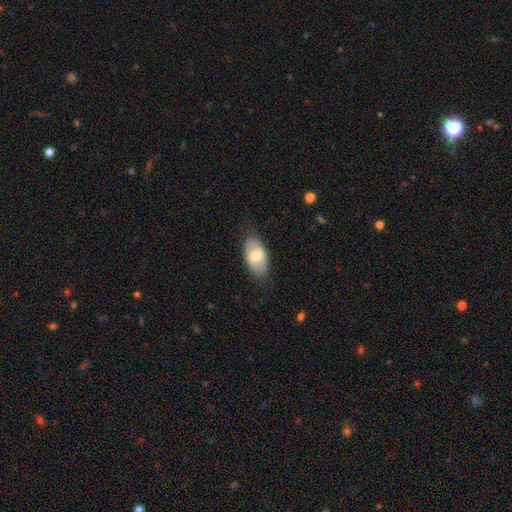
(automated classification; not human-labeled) Smooth or featured?
  - smooth: 65% *
  - featured or disk: 29%
  - star or artifact: 6%
How rounded?
  - in between: 94% *
  - round: 4%
  - cigar-shaped: 2%
Merging?
  - none: 80% *
  - minor disturbance: 16%
  - major disturbance: 4%
  - merger: 1%